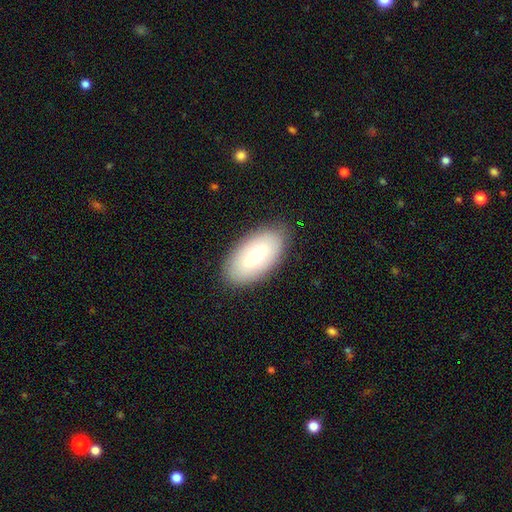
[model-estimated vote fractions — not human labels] A smooth galaxy with no disk features (66%) that is in between round and cigar-shaped (94%).

Vote fractions:
- Smooth or featured? smooth: 66% / featured or disk: 27% / star or artifact: 7%
- How rounded? in between: 94% / round: 3% / cigar-shaped: 3%
- Merging? none: 85% / minor disturbance: 11% / major disturbance: 3% / merger: 1%